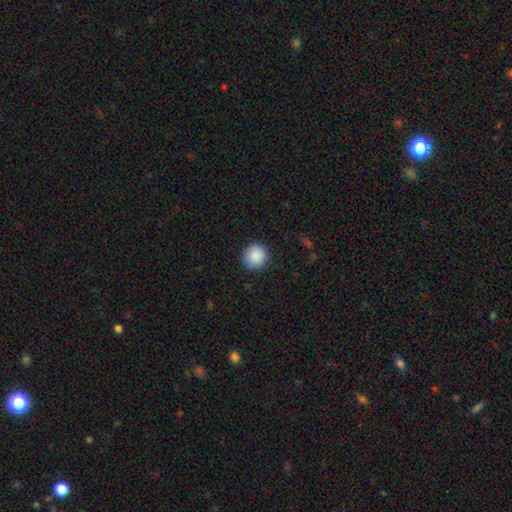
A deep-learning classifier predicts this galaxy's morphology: Smooth or featured? smooth (89%)
How rounded? round (94%)
Merging? none (91%)